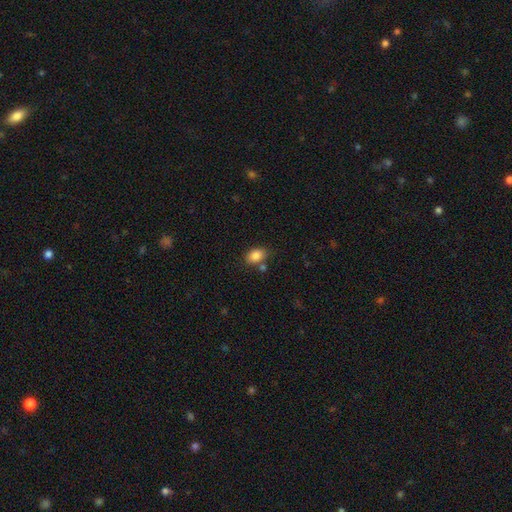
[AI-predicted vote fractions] Q: Smooth or featured?
A: smooth (85%); runner-up: star or artifact (9%)
Q: How rounded?
A: in between (81%); runner-up: round (18%)
Q: Merging?
A: none (70%); runner-up: minor disturbance (14%)